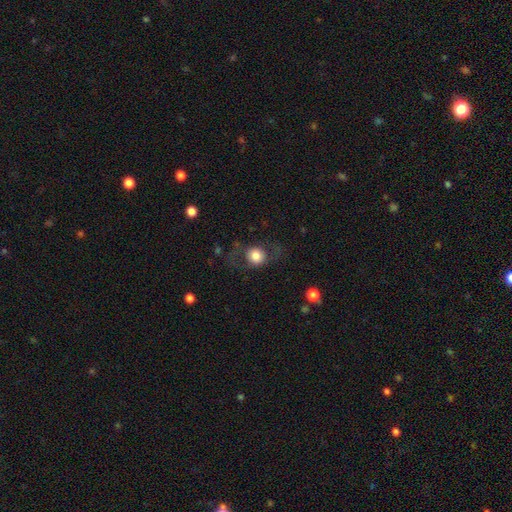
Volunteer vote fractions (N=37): Morphology: type=smooth (78%); roundness=round (97%); merging=none (89%).